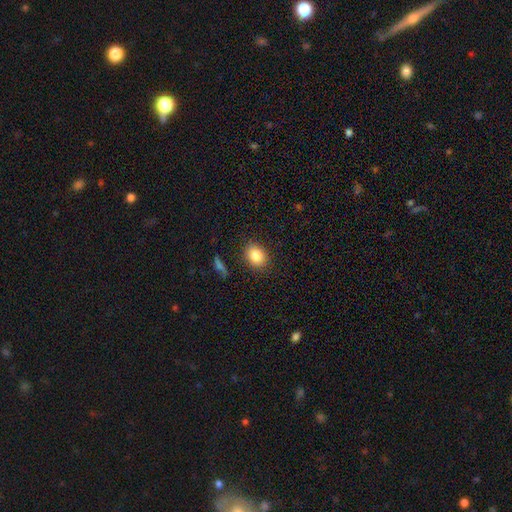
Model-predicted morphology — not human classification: A smooth galaxy with no disk features (83%) that is in between round and cigar-shaped (53%).

Vote fractions:
- Smooth or featured? smooth: 83% / star or artifact: 9% / featured or disk: 7%
- How rounded? in between: 53% / round: 46% / cigar-shaped: 1%
- Merging? none: 87% / minor disturbance: 9% / major disturbance: 3% / merger: 2%